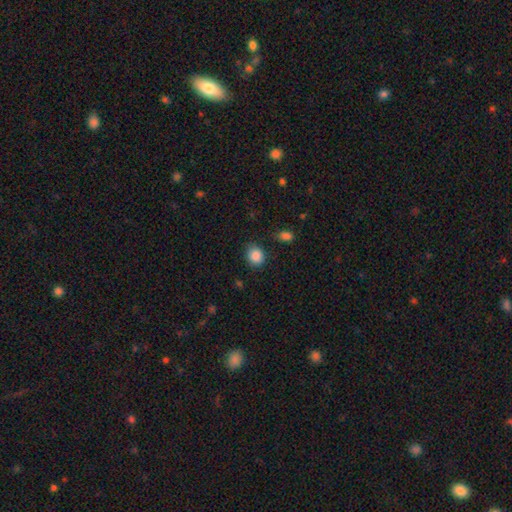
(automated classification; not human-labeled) Smooth or featured: smooth — 87% (star or artifact — 9%)
How rounded: round — 64% (in between — 35%)
Merging: none — 76% (minor disturbance — 17%)